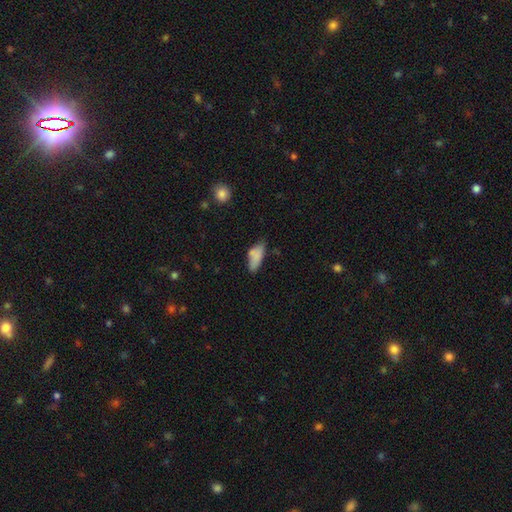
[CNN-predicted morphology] A smooth galaxy with no disk features (80%) that is in between round and cigar-shaped (77%).

Vote fractions:
- Smooth or featured? smooth: 80% / featured or disk: 12% / star or artifact: 8%
- How rounded? in between: 77% / cigar-shaped: 21% / round: 3%
- Merging? none: 53% / minor disturbance: 29% / merger: 10% / major disturbance: 8%